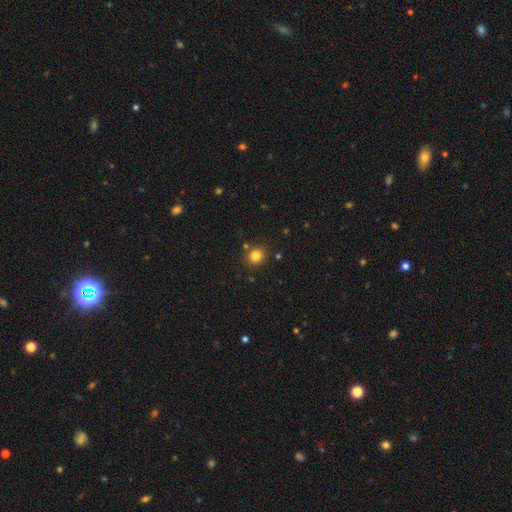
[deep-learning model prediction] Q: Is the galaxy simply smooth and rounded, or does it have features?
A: smooth — 82%.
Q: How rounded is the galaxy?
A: round — 84%.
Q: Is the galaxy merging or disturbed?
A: none — 84%.